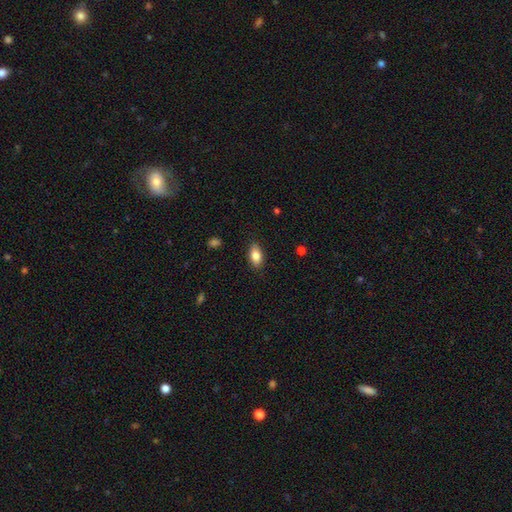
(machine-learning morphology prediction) Smooth or featured? Predicted: smooth (p=0.83). How rounded? Predicted: in between (p=0.90). Merging? Predicted: none (p=0.86).